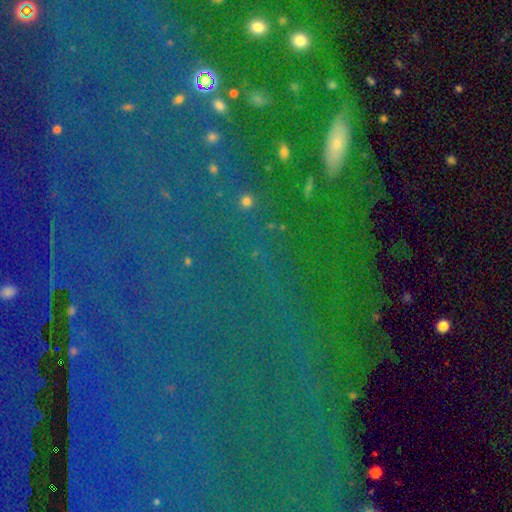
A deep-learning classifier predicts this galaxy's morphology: A star or artifact, not a galaxy (68%).

Vote fractions:
- Smooth or featured? star or artifact: 68% / smooth: 17% / featured or disk: 14%